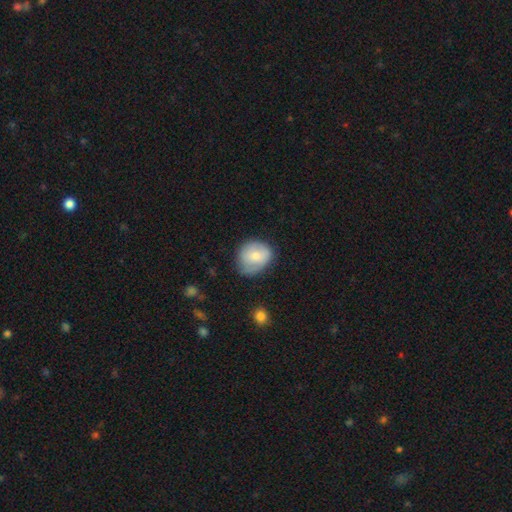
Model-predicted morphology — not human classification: Overall: smooth (69%). How rounded: round (68%; in between 31%). Merging: none (60%; minor disturbance 30%).